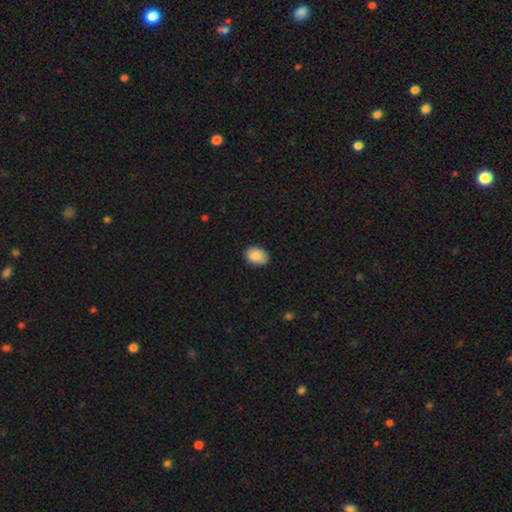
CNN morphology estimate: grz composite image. It shows a smooth galaxy with no disk features (88%) that is in between round and cigar-shaped (71%). Merging: none (83%).